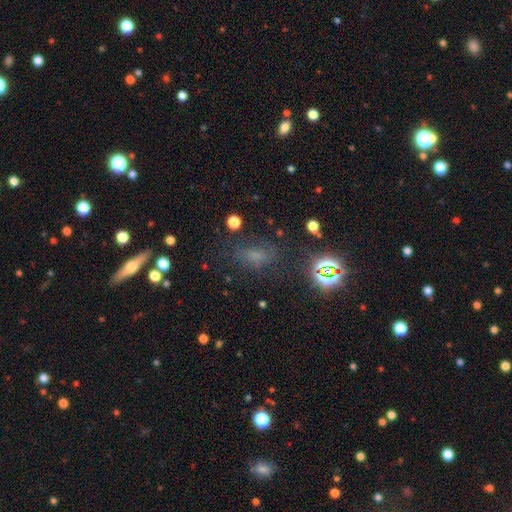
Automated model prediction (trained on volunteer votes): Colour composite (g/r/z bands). It shows a smooth galaxy with no disk features (47%). Merging: none (67%).